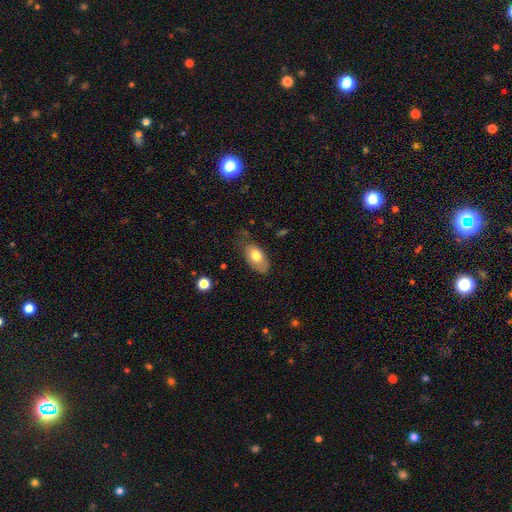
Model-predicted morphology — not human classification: smooth_or_featured: smooth (p=0.75) [alt: featured or disk p=0.18]
how_rounded: in between (p=0.92) [alt: round p=0.05]
merging: none (p=0.60) [alt: minor disturbance p=0.30]